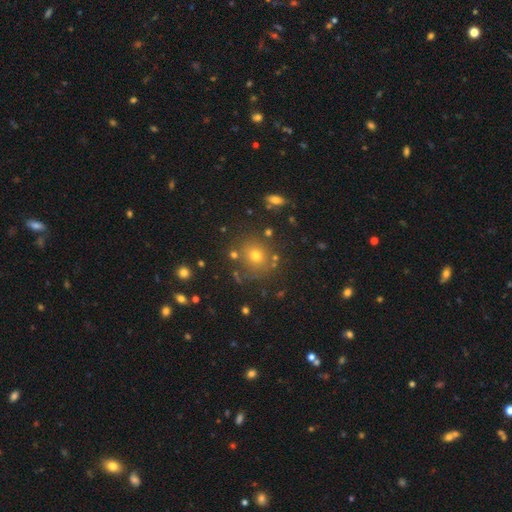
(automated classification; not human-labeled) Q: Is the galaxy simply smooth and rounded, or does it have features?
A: smooth — 67%.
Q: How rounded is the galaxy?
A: round — 87%.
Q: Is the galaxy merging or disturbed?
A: none — 79%.